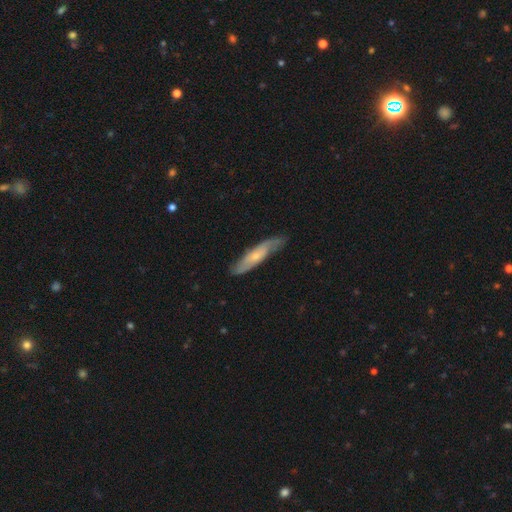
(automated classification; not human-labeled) Smooth or featured?
  - featured or disk: 60% *
  - smooth: 34%
  - star or artifact: 5%
Edge-on disk?
  - no: 60% *
  - yes: 40%
Merging?
  - none: 76% *
  - minor disturbance: 19%
  - major disturbance: 4%
  - merger: 1%